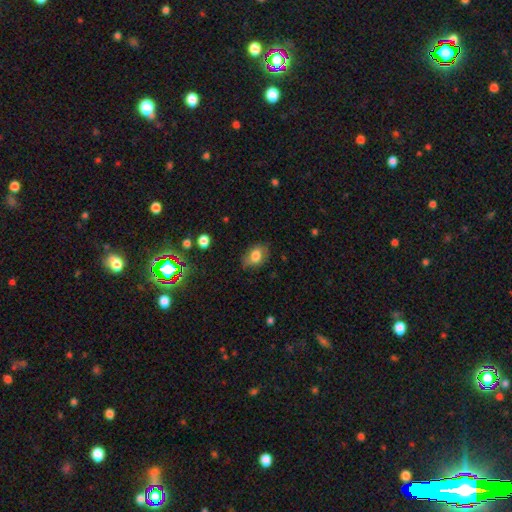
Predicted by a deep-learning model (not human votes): This appears to be a smooth galaxy with no disk features (74%) that is in between round and cigar-shaped (78%). Merging: none (69%).